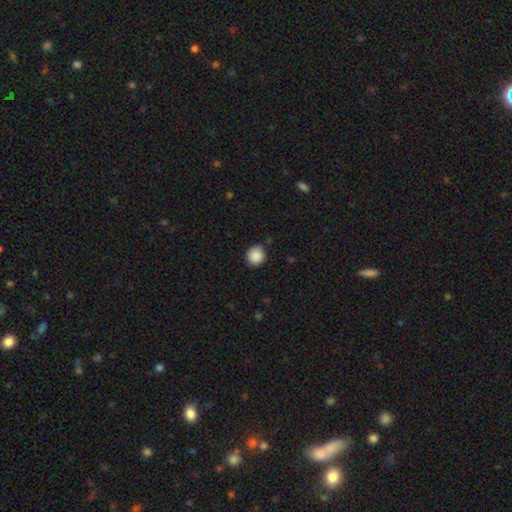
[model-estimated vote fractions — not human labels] Morphology: type=smooth (89%); roundness=round (90%); merging=none (87%).